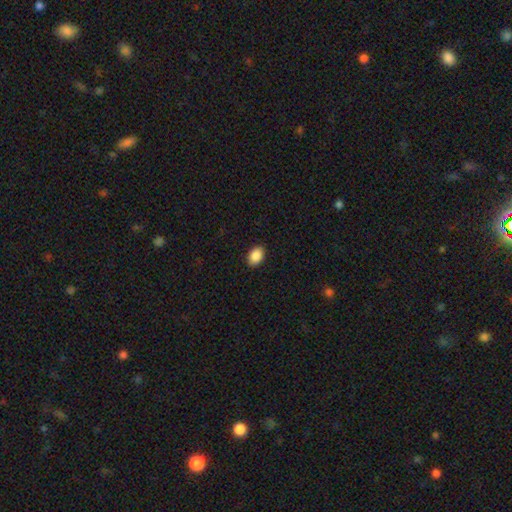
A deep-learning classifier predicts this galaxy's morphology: Smooth or featured? smooth (89%)
How rounded? in between (85%)
Merging? none (90%)